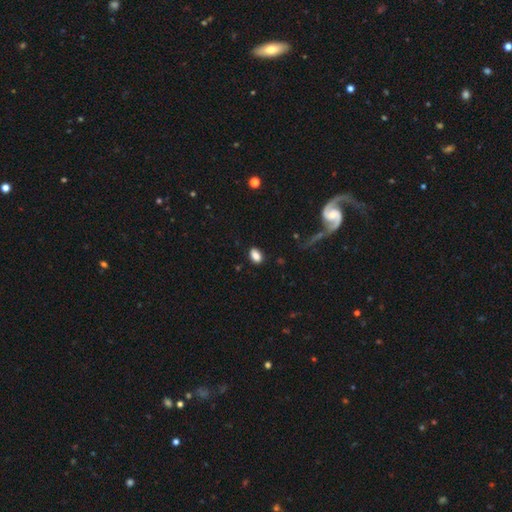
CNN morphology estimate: smooth_or_featured: smooth (p=0.86) [alt: star or artifact p=0.09]
how_rounded: in between (p=0.89) [alt: round p=0.09]
merging: none (p=0.86) [alt: minor disturbance p=0.10]